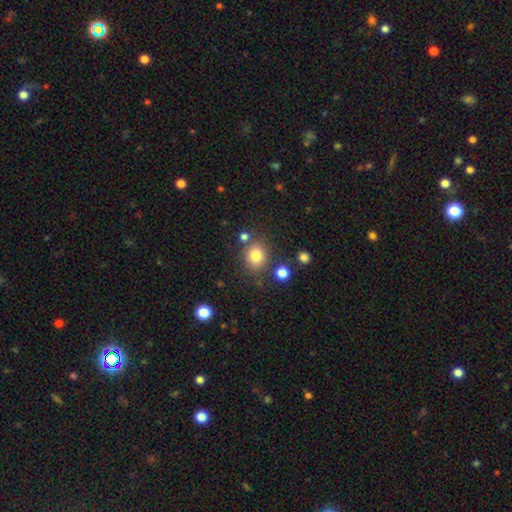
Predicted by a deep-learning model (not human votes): This appears to be a smooth galaxy with no disk features (80%) that is round (77%). Merging: none (78%).